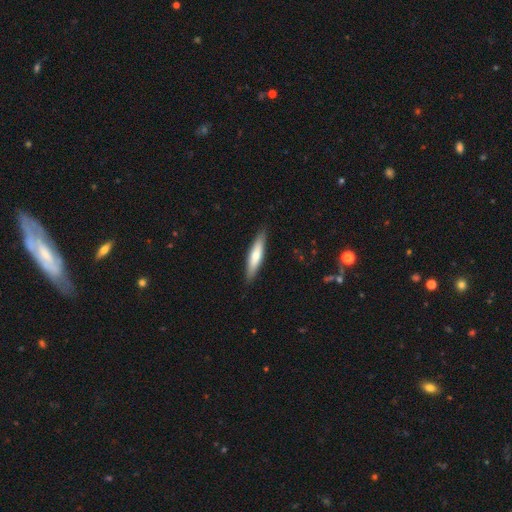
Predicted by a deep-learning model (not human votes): A smooth galaxy with no disk features (63%) that is cigar-shaped (82%). Merging: none (88%).